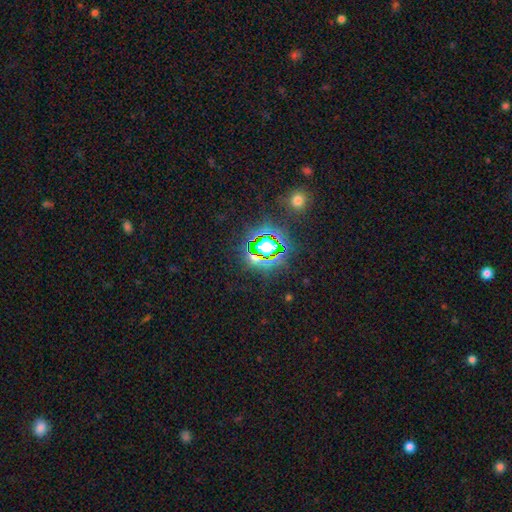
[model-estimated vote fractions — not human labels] This appears to be a star or artifact, not a galaxy (76%).